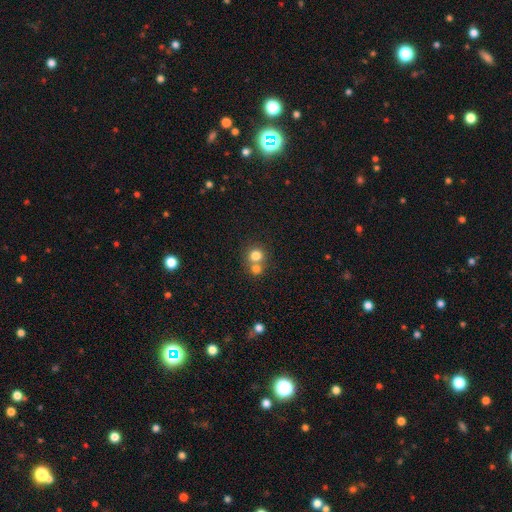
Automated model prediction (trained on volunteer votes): Smooth or featured: smooth — 78% (star or artifact — 12%)
How rounded: round — 86% (in between — 13%)
Merging: merger — 48% (none — 44%)